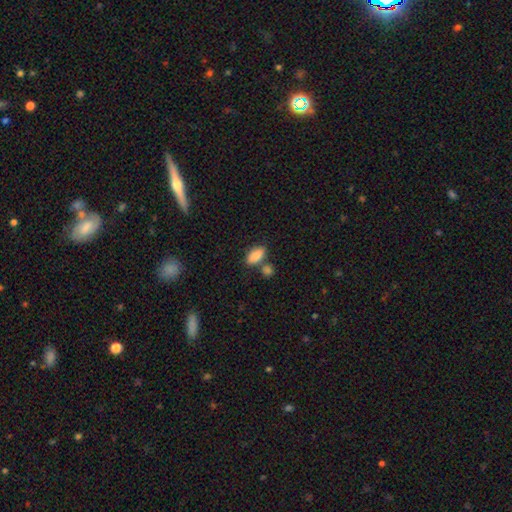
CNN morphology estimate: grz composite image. It shows a smooth galaxy with no disk features (86%) that is in between round and cigar-shaped (88%). Merging: none (62%).